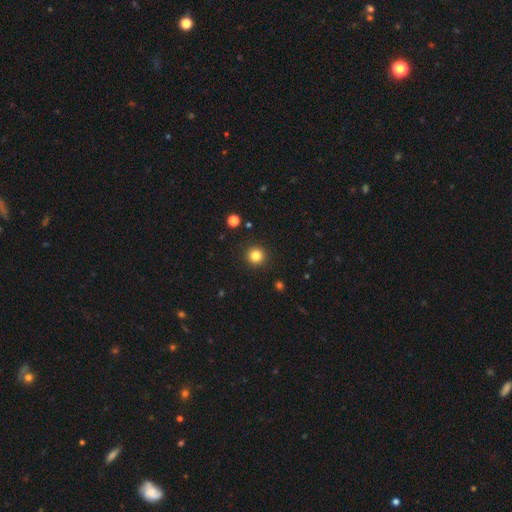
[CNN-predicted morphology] smooth 83%, star or artifact 12%, featured or disk 5%. Down the decision tree: how rounded — round (95%); merging — none (92%).